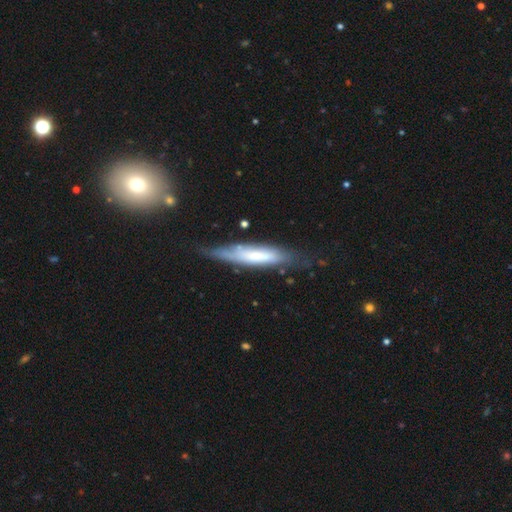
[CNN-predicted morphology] A smooth galaxy with no disk features (49%). Merging: none (61%).